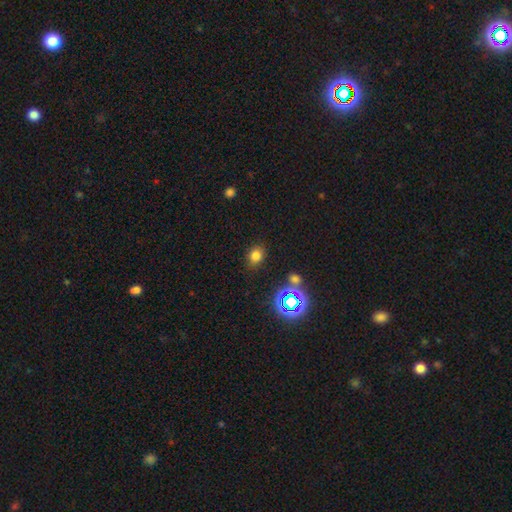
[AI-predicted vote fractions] A smooth galaxy with no disk features (73%) that is round (54%). Merging: none (84%).